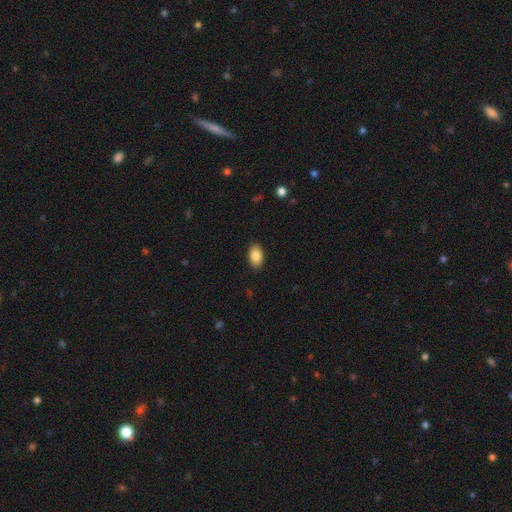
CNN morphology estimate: type=smooth (86%); roundness=in between (92%); merging=none (88%).